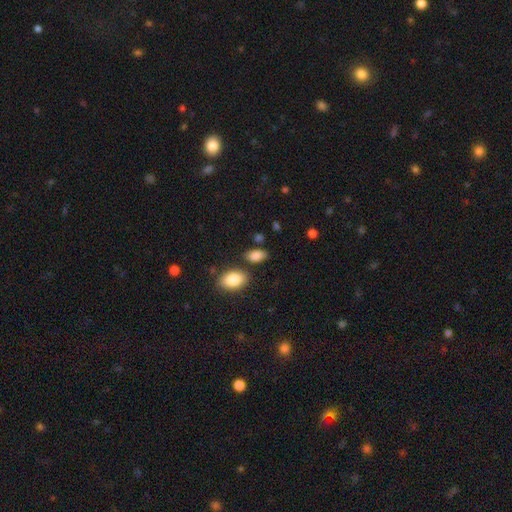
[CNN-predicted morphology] Smooth or featured?
  - smooth: 86% *
  - star or artifact: 8%
  - featured or disk: 5%
How rounded?
  - in between: 92% *
  - round: 6%
  - cigar-shaped: 2%
Merging?
  - none: 76% *
  - minor disturbance: 13%
  - merger: 8%
  - major disturbance: 3%